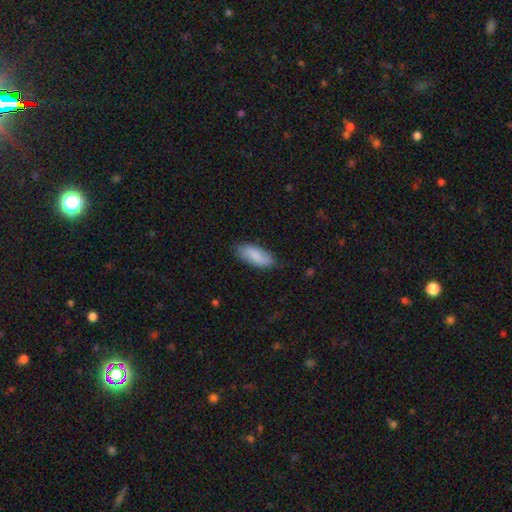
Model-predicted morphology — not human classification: type=smooth (85%); roundness=in between (81%); merging=none (79%).